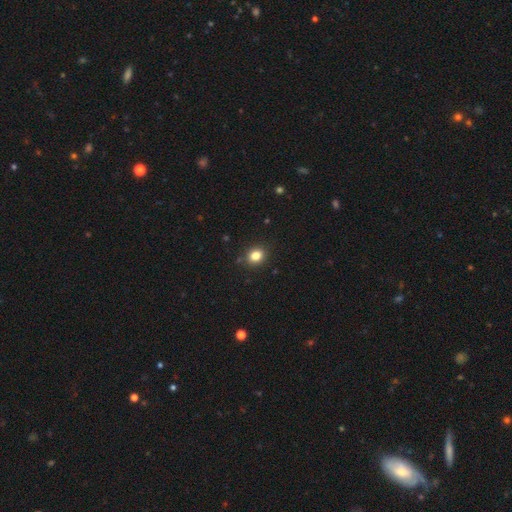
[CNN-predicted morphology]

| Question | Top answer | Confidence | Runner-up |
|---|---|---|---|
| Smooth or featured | smooth | 83% | star or artifact (12%) |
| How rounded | round | 62% | in between (37%) |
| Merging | none | 89% | minor disturbance (8%) |